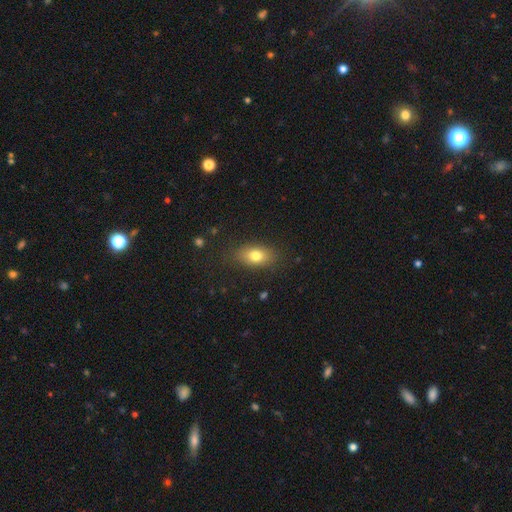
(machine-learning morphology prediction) Smooth or featured: smooth — 76% (featured or disk — 14%)
How rounded: in between — 83% (round — 12%)
Merging: none — 83% (minor disturbance — 12%)